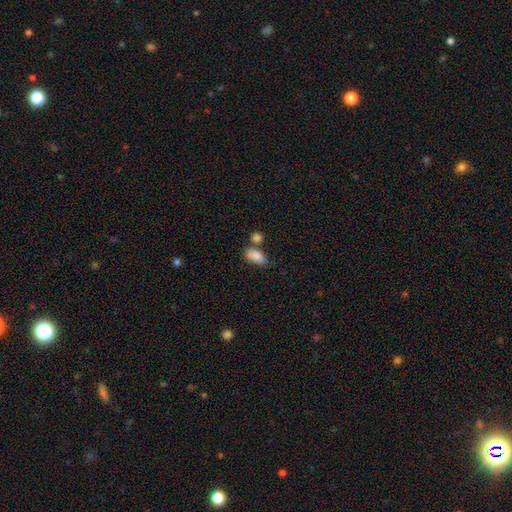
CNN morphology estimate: type=smooth (86%); roundness=in between (91%); merging=none (52%).